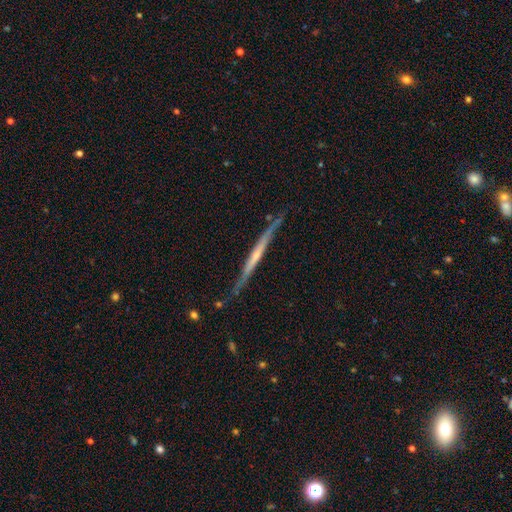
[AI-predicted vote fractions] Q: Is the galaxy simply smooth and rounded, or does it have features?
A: featured or disk — 72%.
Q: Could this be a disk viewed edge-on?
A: yes — 97%.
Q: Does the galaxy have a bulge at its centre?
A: none — 62%.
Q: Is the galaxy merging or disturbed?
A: none — 78%.